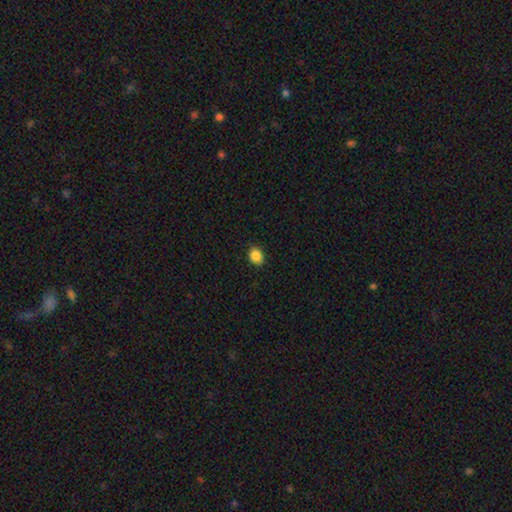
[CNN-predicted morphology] smooth-or-featured: smooth: 87% | star or artifact: 10% | featured or disk: 4%
  how-rounded: round: 54% | in between: 45% | cigar-shaped: 1%
  merging: none: 88% | minor disturbance: 9% | major disturbance: 2% | merger: 1%